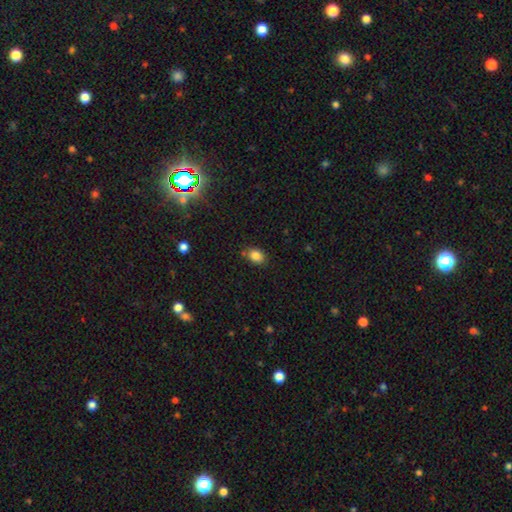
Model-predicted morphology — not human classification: Smooth or featured? Predicted: smooth (p=0.84). How rounded? Predicted: in between (p=0.66). Merging? Predicted: none (p=0.77).